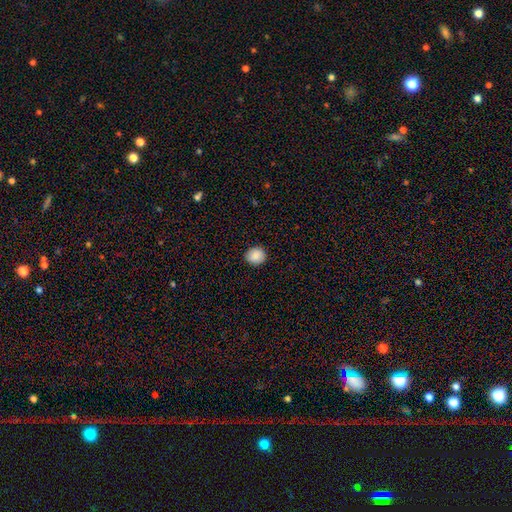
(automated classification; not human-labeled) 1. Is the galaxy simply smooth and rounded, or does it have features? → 88% smooth, 8% star or artifact, 4% featured or disk.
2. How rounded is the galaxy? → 83% round, 16% in between, 1% cigar-shaped.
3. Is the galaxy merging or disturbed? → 90% none, 7% minor disturbance, 2% major disturbance, 1% merger.